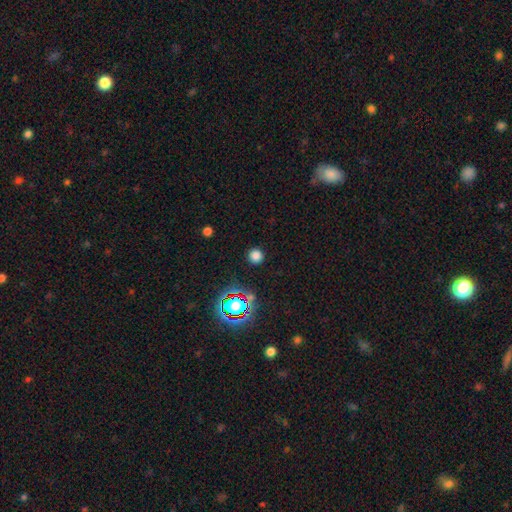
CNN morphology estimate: A smooth galaxy with no disk features (76%) that is round (93%). Merging: none (89%).